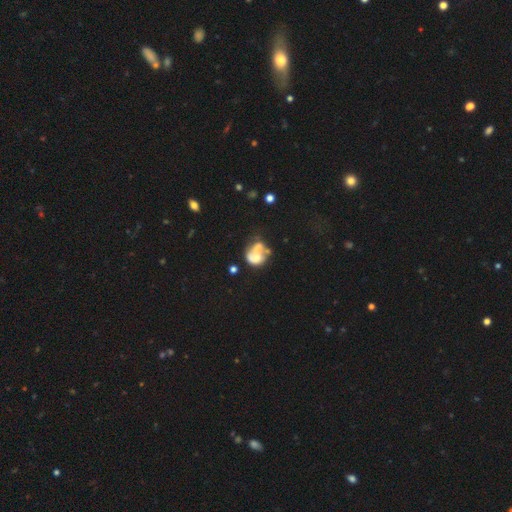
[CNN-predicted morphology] Smooth or featured: featured or disk — 45% (smooth — 44%)
Merging: merger — 40% (major disturbance — 23%)